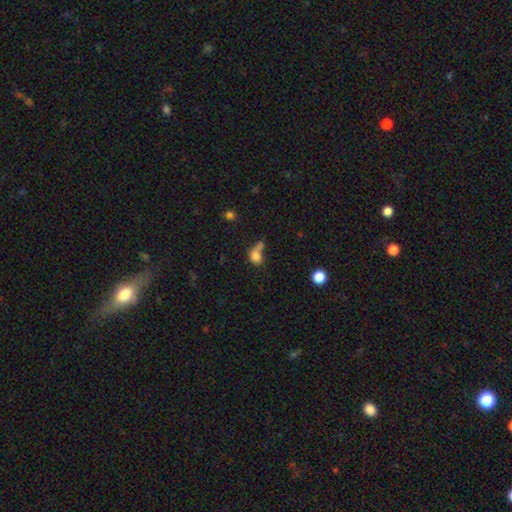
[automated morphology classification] This is likely a smooth galaxy (76%). How rounded: possibly round (52%). Merging: marginally merger (37%).